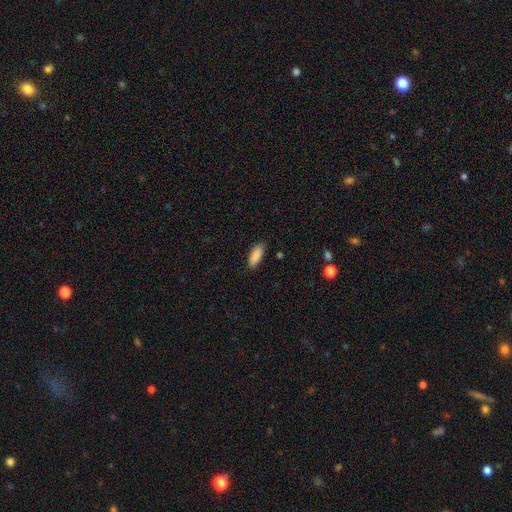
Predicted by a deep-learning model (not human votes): Smooth or featured: smooth — 89% (star or artifact — 7%)
How rounded: in between — 76% (cigar-shaped — 23%)
Merging: none — 84% (minor disturbance — 12%)